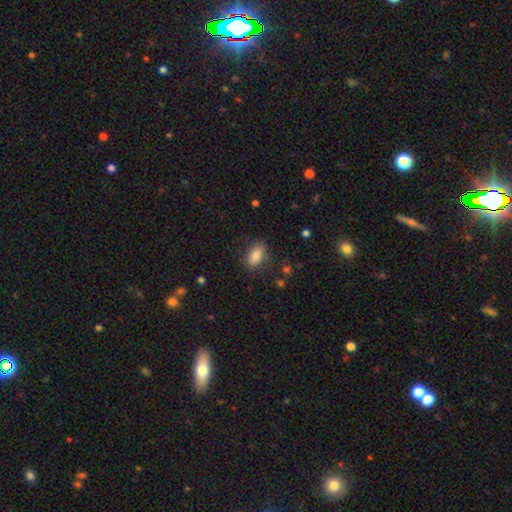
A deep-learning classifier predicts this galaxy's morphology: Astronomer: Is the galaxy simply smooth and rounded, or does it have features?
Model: smooth — 81%.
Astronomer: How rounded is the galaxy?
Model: in between — 87%.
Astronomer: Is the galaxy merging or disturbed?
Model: none — 82%.